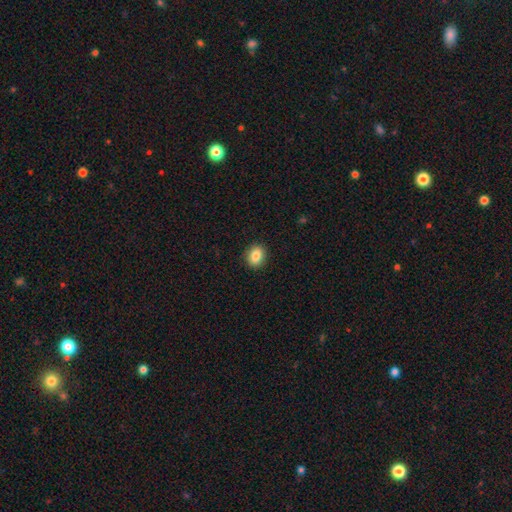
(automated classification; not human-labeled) A smooth galaxy with no disk features (85%) that is in between round and cigar-shaped (52%). Merging: none (90%).